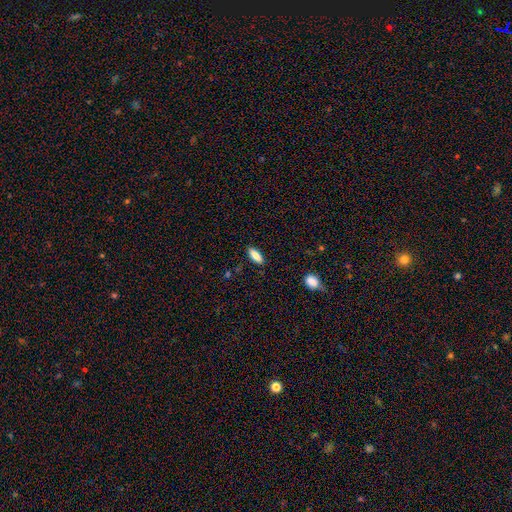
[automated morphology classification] Q: Smooth or featured?
A: smooth (85%); runner-up: featured or disk (8%)
Q: How rounded?
A: in between (69%); runner-up: cigar-shaped (29%)
Q: Merging?
A: none (88%); runner-up: minor disturbance (9%)